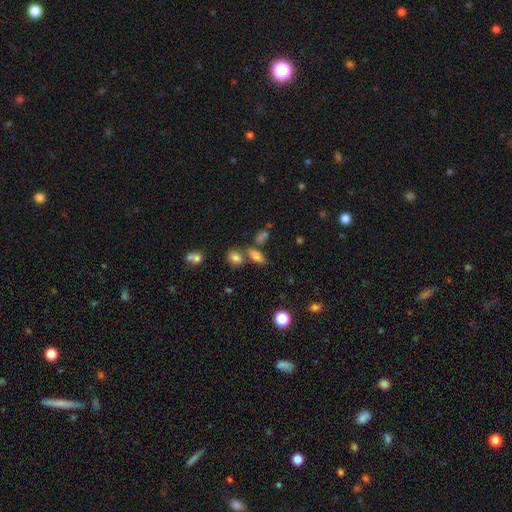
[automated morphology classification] This appears to be a smooth galaxy with no disk features (76%) that is in between round and cigar-shaped (78%). Merging: none (57%).